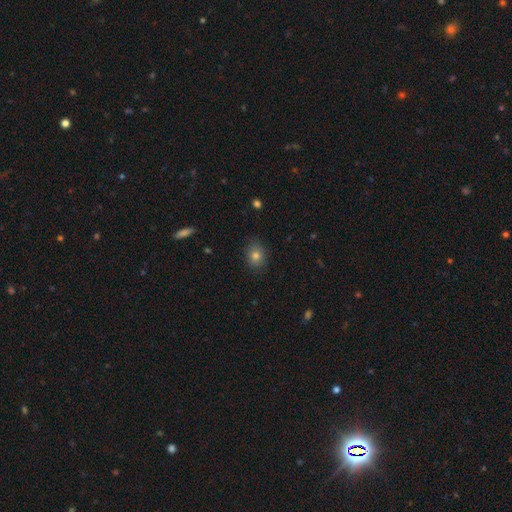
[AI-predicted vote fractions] Morphology: type=smooth (78%); roundness=round (60%); merging=none (84%).